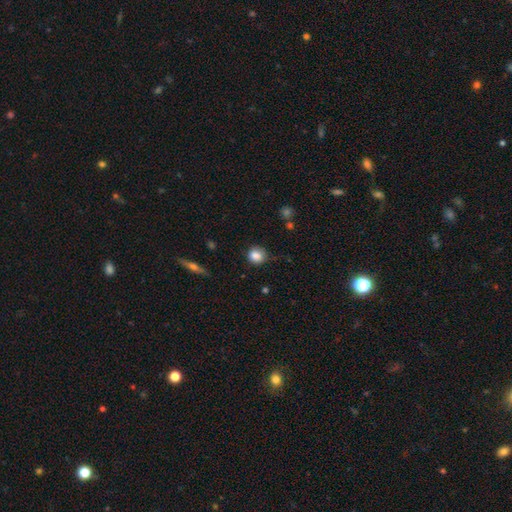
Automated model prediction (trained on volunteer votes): The model was most divided on "merging": none: 75%, minor disturbance: 19%, major disturbance: 4%, merger: 2%. More confident: smooth or featured — smooth (84%); how rounded — round (82%).